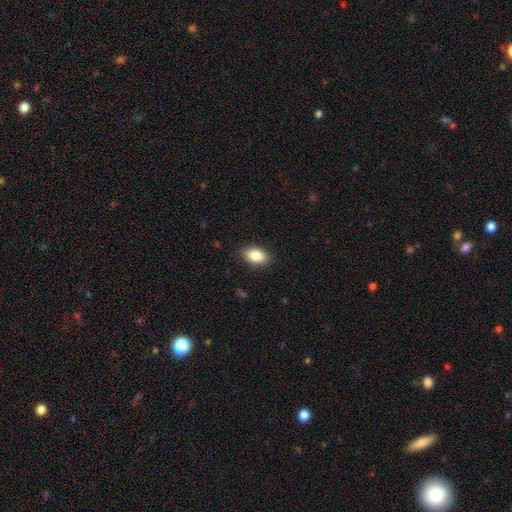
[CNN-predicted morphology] This appears to be a smooth galaxy with no disk features (87%) that is in between round and cigar-shaped (90%). Merging: none (87%).